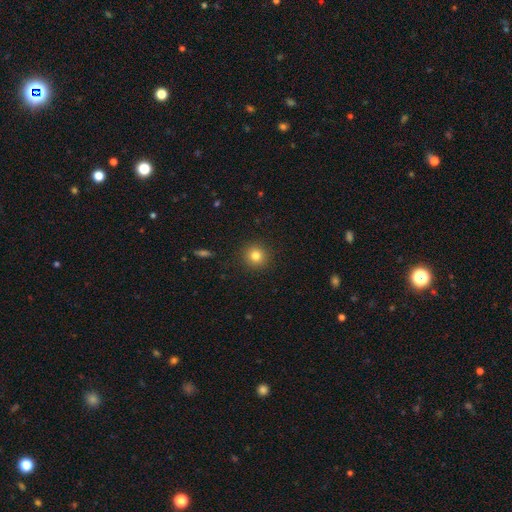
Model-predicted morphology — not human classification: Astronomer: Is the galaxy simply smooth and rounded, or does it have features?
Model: smooth — 81%.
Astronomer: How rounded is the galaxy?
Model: round — 93%.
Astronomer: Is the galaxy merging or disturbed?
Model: none — 92%.